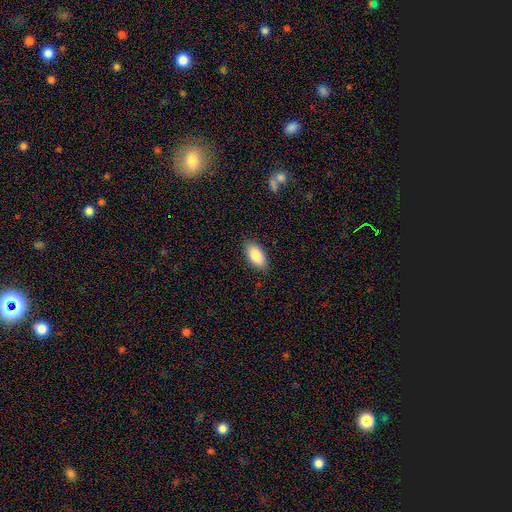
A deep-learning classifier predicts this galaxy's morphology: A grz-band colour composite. It shows a smooth galaxy with no disk features (87%) that is in between round and cigar-shaped (92%). Merging: none (86%).